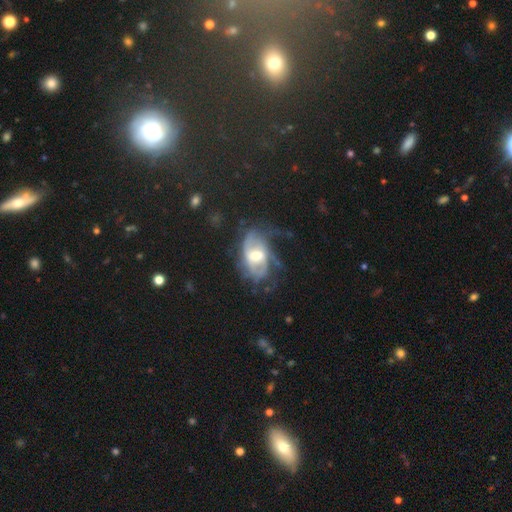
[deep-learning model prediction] A featured or disk galaxy (71%) with a weak bar (45%), spiral arms (73%) and a moderate central bulge (66%).

Vote fractions:
- Smooth or featured? featured or disk: 71% / smooth: 22% / star or artifact: 7%
- Edge-on disk? no: 95% / yes: 5%
- Bar? weak: 45% / no: 39% / strong: 15%
- Spiral arms? yes: 73% / no: 27%
- Bulge size? moderate: 66% / small: 22% / large: 10% / none: 1% / dominant: 1%
- Merging? none: 42% / major disturbance: 29% / minor disturbance: 27% / merger: 3%